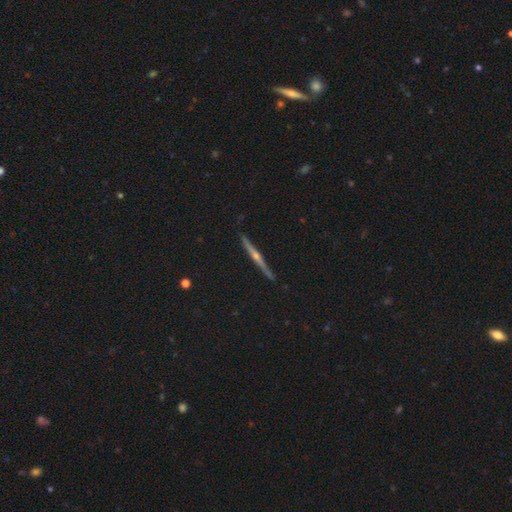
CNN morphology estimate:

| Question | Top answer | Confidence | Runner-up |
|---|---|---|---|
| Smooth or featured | featured or disk | 73% | smooth (17%) |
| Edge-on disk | yes | 97% | no (3%) |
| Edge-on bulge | rounded | 80% | none (13%) |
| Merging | none | 88% | minor disturbance (8%) |